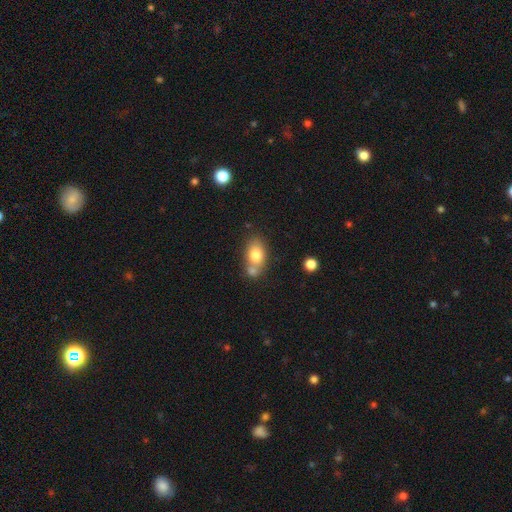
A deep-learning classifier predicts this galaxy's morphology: Q: Smooth or featured?
A: smooth (77%); runner-up: featured or disk (14%)
Q: How rounded?
A: in between (81%); runner-up: round (17%)
Q: Merging?
A: none (43%); runner-up: merger (40%)